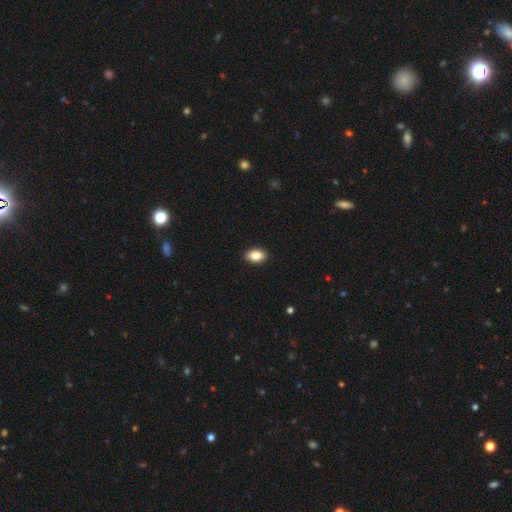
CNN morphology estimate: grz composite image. It shows a smooth galaxy with no disk features (87%) that is in between round and cigar-shaped (89%). Merging: none (91%).